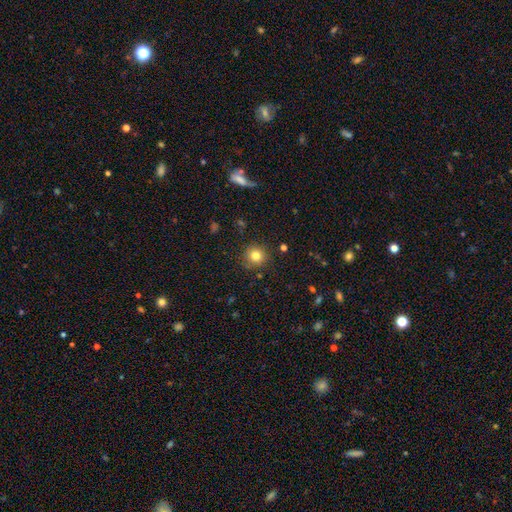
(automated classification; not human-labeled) Q: Smooth or featured?
A: smooth (80%); runner-up: star or artifact (13%)
Q: How rounded?
A: round (92%); runner-up: in between (7%)
Q: Merging?
A: none (87%); runner-up: minor disturbance (9%)